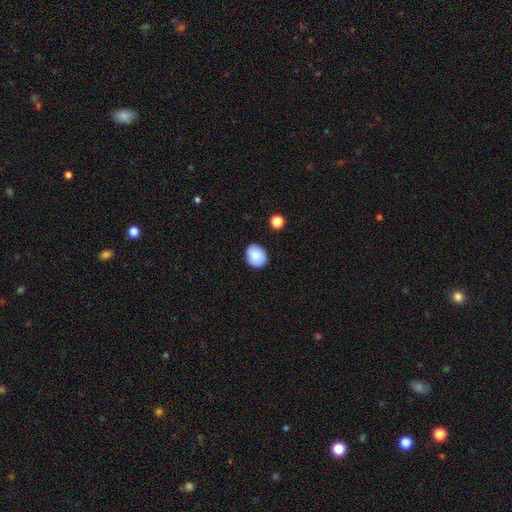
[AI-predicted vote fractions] smooth 82%, featured or disk 10%, star or artifact 8%. Down the decision tree: how rounded — round (64%); merging — none (82%).